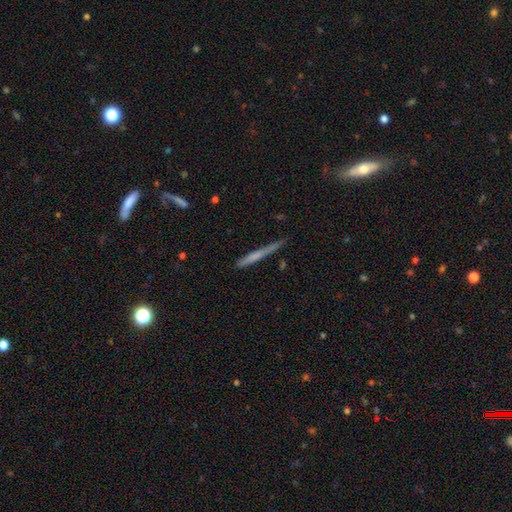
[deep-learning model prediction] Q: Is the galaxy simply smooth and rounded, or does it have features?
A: smooth — 54%.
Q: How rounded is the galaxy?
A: cigar-shaped — 96%.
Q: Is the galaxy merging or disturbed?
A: none — 76%.